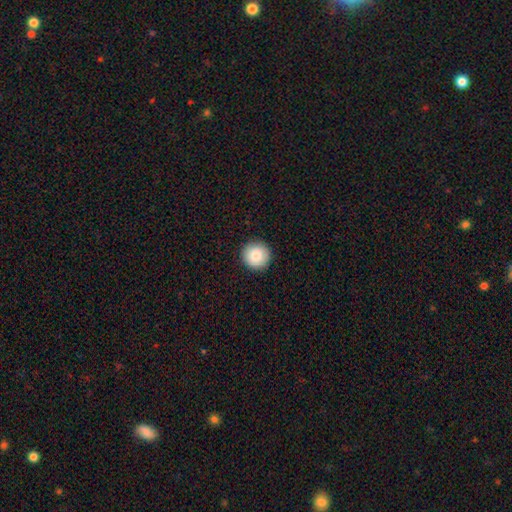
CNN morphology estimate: Overall: smooth (85%). How rounded: round (96%). Merging: none (92%).